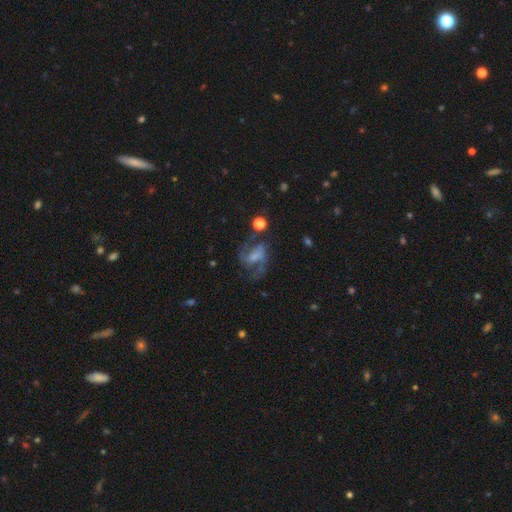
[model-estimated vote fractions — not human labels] Smooth or featured? Predicted: featured or disk (p=0.74). Edge-on disk? Predicted: no (p=0.97). Bar? Predicted: weak (p=0.45). Spiral arms? Predicted: yes (p=0.90). Spiral winding? Predicted: medium (p=0.48). Spiral arm count? Predicted: 2 (p=0.81). Bulge size? Predicted: none (p=0.34). Merging? Predicted: none (p=0.51).